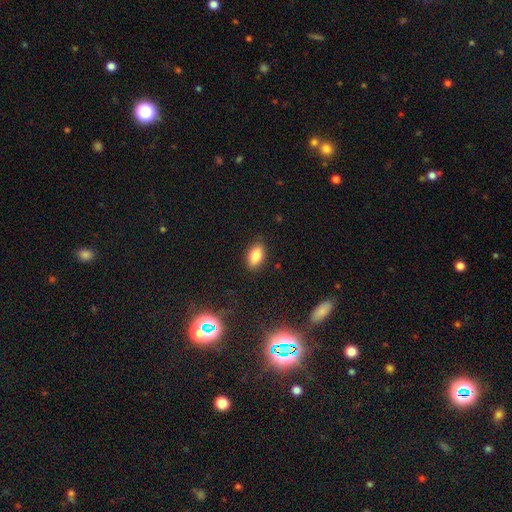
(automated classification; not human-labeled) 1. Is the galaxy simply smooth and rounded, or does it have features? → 84% smooth, 9% star or artifact, 7% featured or disk.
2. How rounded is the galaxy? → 91% in between, 6% round, 3% cigar-shaped.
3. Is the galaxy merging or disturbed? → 87% none, 10% minor disturbance, 2% major disturbance, 1% merger.